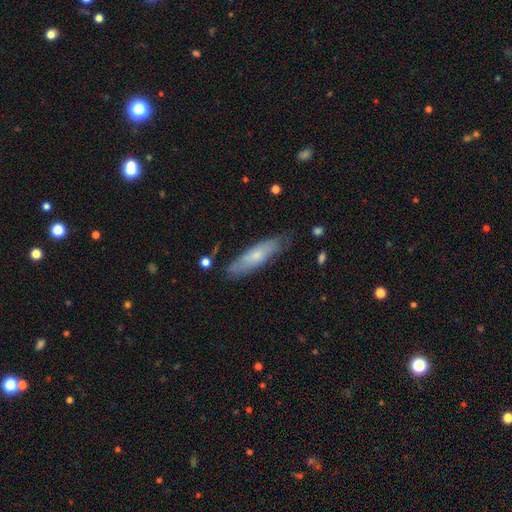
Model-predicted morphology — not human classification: smooth-or-featured: smooth: 60% | featured or disk: 34% | star or artifact: 6%
  how-rounded: cigar-shaped: 67% | in between: 31% | round: 2%
  merging: none: 74% | minor disturbance: 20% | major disturbance: 4% | merger: 2%